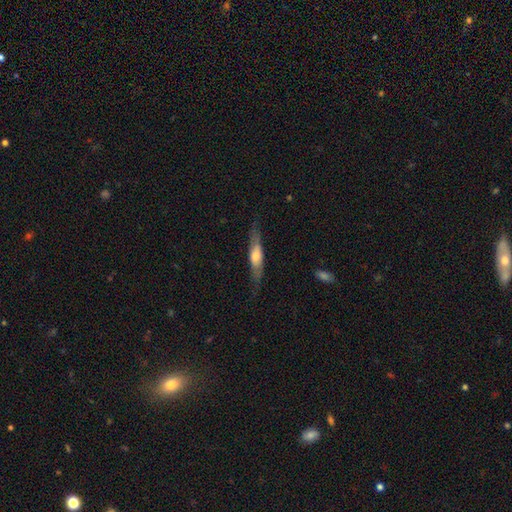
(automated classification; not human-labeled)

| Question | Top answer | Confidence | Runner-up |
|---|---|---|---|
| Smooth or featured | featured or disk | 55% | smooth (39%) |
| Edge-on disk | yes | 83% | no (17%) |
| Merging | none | 79% | minor disturbance (15%) |